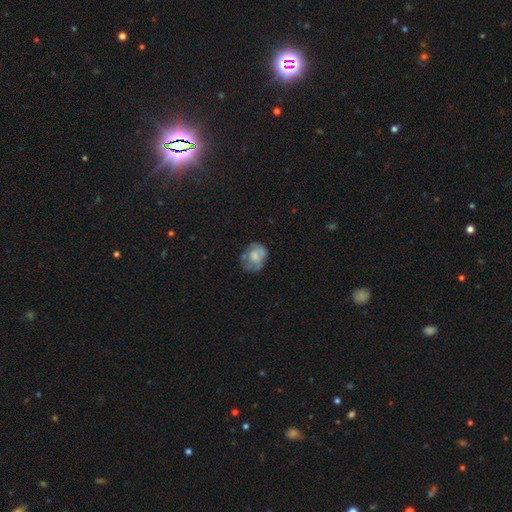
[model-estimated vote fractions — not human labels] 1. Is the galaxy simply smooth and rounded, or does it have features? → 54% smooth, 37% featured or disk, 9% star or artifact.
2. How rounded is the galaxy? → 55% round, 44% in between, 1% cigar-shaped.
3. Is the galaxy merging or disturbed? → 51% none, 28% minor disturbance, 18% major disturbance, 4% merger.